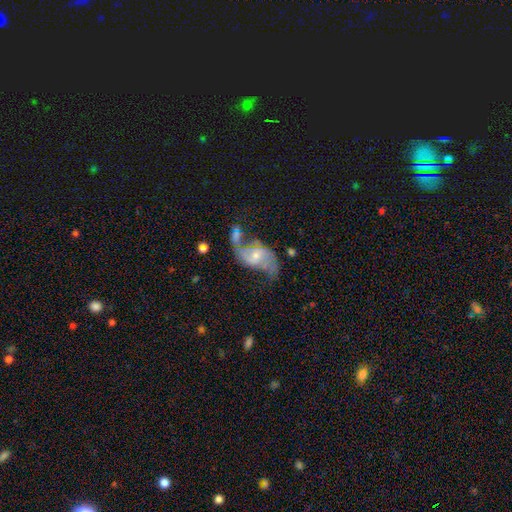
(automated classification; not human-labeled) Smooth or featured? Predicted: featured or disk (p=0.80). Edge-on disk? Predicted: no (p=0.97). Bar? Predicted: no (p=0.46). Spiral arms? Predicted: yes (p=0.91). Spiral winding? Predicted: loose (p=0.63). Spiral arm count? Predicted: 2 (p=0.89). Bulge size? Predicted: small (p=0.52). Merging? Predicted: none (p=0.43).